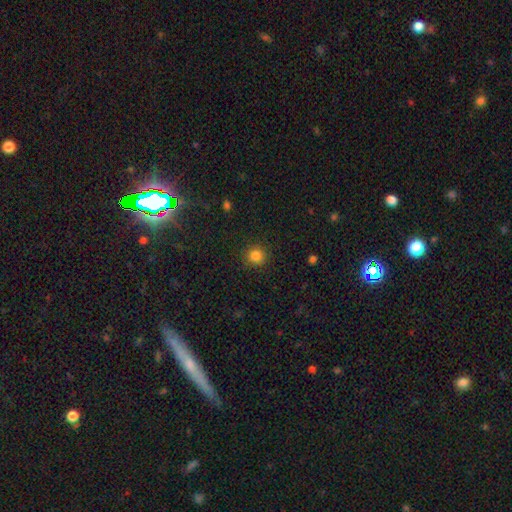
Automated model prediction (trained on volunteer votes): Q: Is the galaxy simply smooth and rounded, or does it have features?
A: smooth — 83%.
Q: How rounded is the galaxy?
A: round — 93%.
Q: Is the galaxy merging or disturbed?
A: none — 91%.